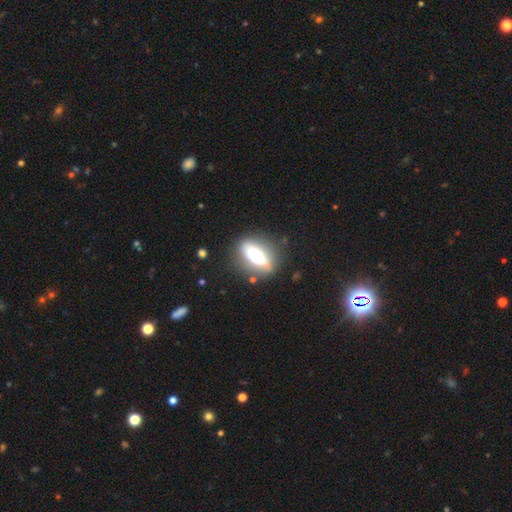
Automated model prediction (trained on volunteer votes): smooth-or-featured: smooth: 57% | featured or disk: 35% | star or artifact: 9%
  how-rounded: in between: 65% | cigar-shaped: 27% | round: 8%
  merging: none: 76% | minor disturbance: 14% | major disturbance: 7% | merger: 3%